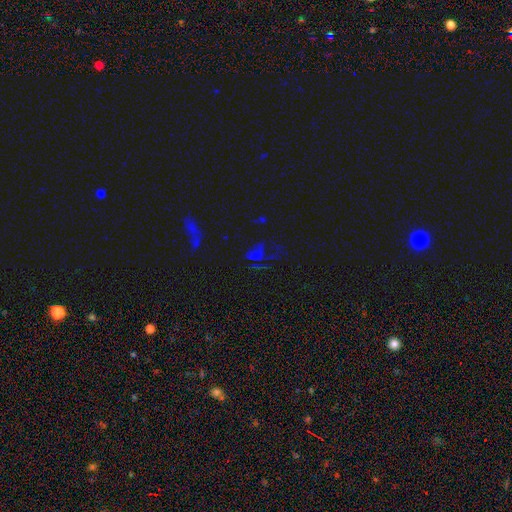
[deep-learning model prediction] Smooth or featured?
  - star or artifact: 51% *
  - smooth: 29%
  - featured or disk: 20%